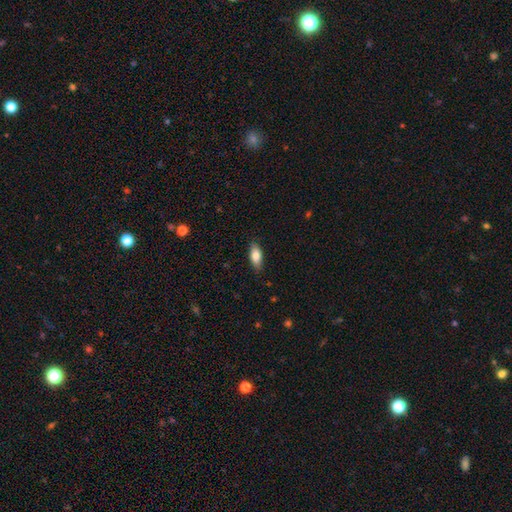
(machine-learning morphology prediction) The model was most divided on "smooth or featured": smooth: 79%, featured or disk: 15%, star or artifact: 6%. More confident: merging — none (85%); how rounded — in between (82%).